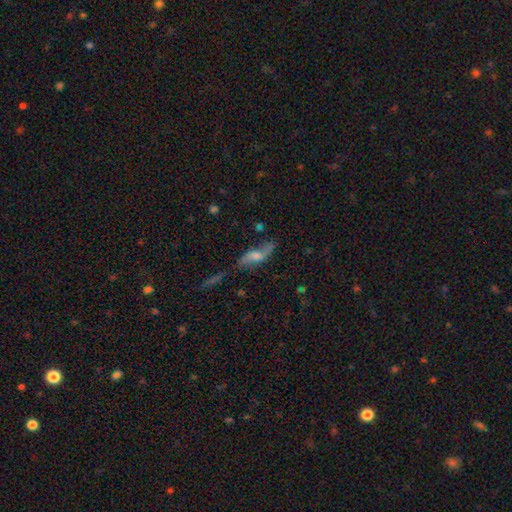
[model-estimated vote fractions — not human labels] Smooth or featured? featured or disk (59%)
Edge-on disk? no (77%)
Merging? none (60%)